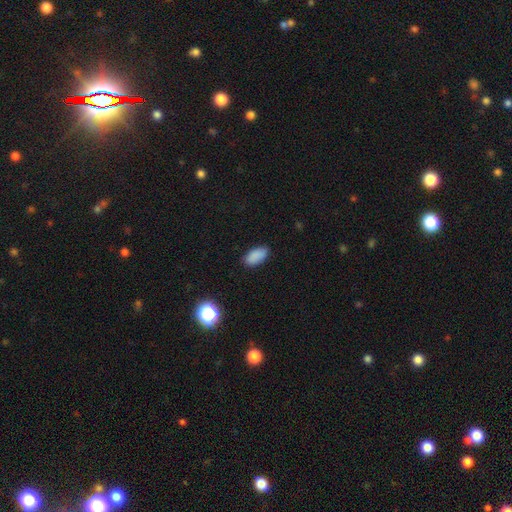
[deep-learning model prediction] A smooth galaxy with no disk features (87%) that is in between round and cigar-shaped (92%).

Vote fractions:
- Smooth or featured? smooth: 87% / star or artifact: 9% / featured or disk: 4%
- How rounded? in between: 92% / cigar-shaped: 5% / round: 3%
- Merging? none: 83% / minor disturbance: 13% / major disturbance: 3% / merger: 1%